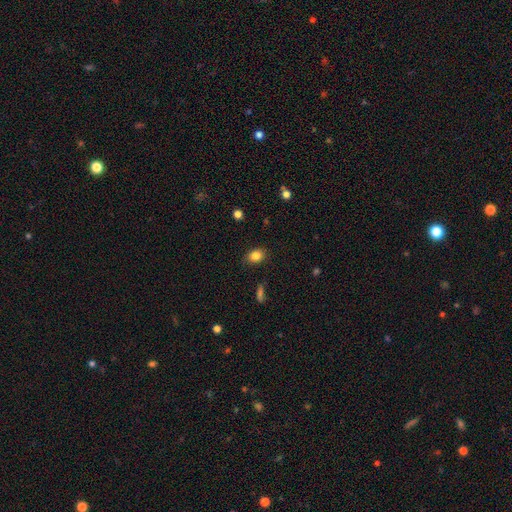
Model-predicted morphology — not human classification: type=smooth (84%); roundness=in between (64%); merging=none (86%).